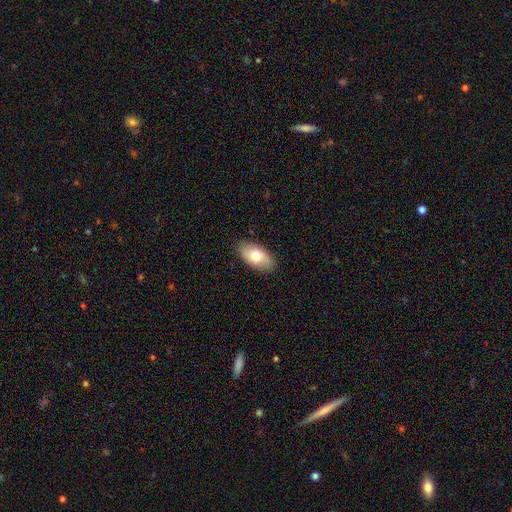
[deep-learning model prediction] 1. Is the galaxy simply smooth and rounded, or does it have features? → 74% smooth, 20% featured or disk, 6% star or artifact.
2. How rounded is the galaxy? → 94% in between, 4% round, 2% cigar-shaped.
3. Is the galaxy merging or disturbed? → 88% none, 9% minor disturbance, 2% major disturbance, 1% merger.